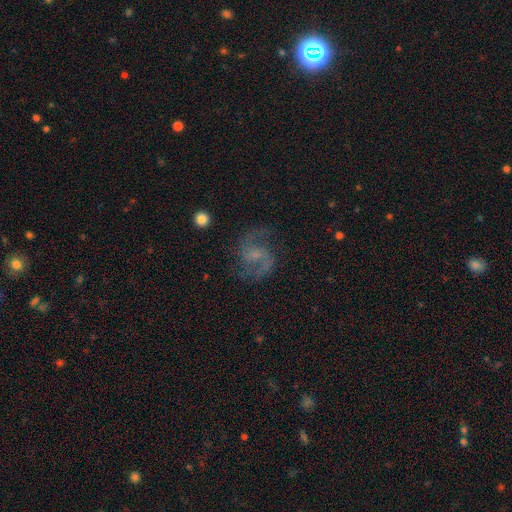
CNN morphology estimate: Q: Smooth or featured?
A: featured or disk (86%); runner-up: star or artifact (7%)
Q: Edge-on disk?
A: no (98%); runner-up: yes (2%)
Q: Bar?
A: weak (49%); runner-up: no (40%)
Q: Spiral arms?
A: yes (97%); runner-up: no (3%)
Q: Spiral winding?
A: medium (57%); runner-up: loose (31%)
Q: Spiral arm count?
A: 2 (92%); runner-up: can't tell (3%)
Q: Bulge size?
A: small (52%); runner-up: none (24%)
Q: Merging?
A: none (77%); runner-up: minor disturbance (14%)